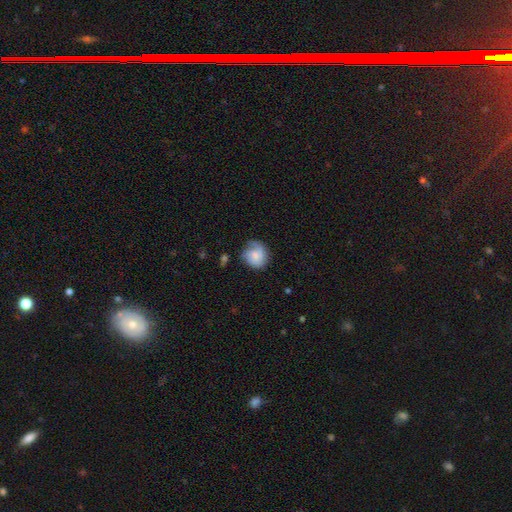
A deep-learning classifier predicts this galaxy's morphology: smooth 64%, featured or disk 28%, star or artifact 8%. Down the decision tree: how rounded — round (77%); merging — none (55%).